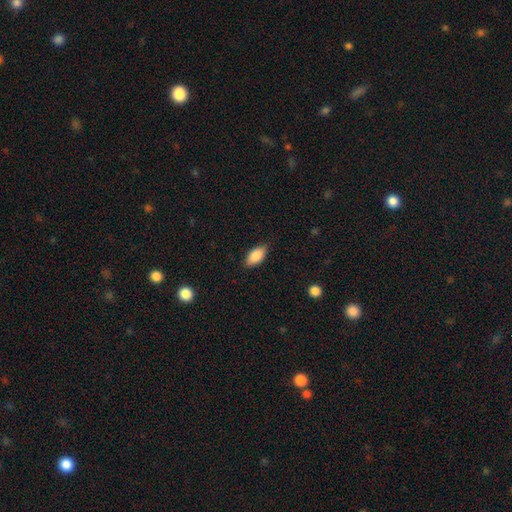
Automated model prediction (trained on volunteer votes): smooth-or-featured: smooth: 86% | featured or disk: 7% | star or artifact: 7%
  how-rounded: in between: 91% | cigar-shaped: 6% | round: 3%
  merging: none: 83% | minor disturbance: 14% | major disturbance: 3% | merger: 1%